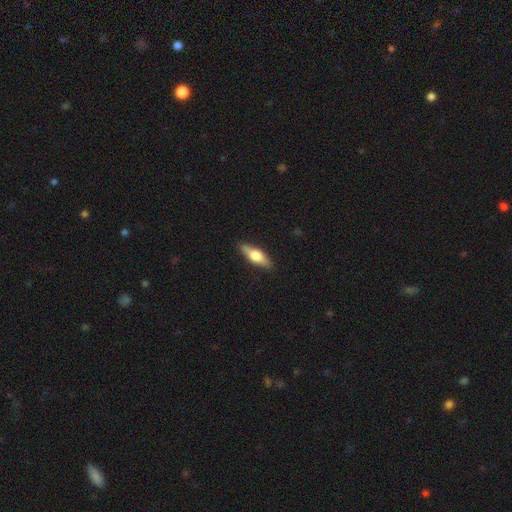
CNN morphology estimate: Smooth or featured: smooth — 56% (featured or disk — 38%)
How rounded: in between — 54% (cigar-shaped — 43%)
Merging: none — 87% (minor disturbance — 10%)